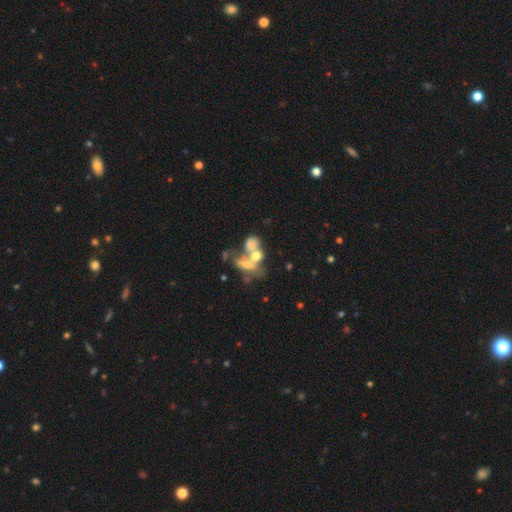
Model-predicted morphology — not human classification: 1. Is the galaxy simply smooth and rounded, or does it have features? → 44% smooth, 42% featured or disk, 14% star or artifact.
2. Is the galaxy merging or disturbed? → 61% merger, 18% none, 14% major disturbance, 8% minor disturbance.